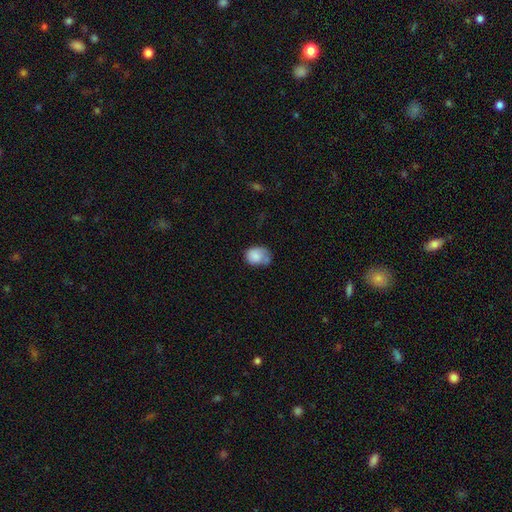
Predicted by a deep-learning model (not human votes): Smooth or featured: smooth — 81% (featured or disk — 11%)
How rounded: in between — 53% (round — 47%)
Merging: none — 42% (minor disturbance — 33%)